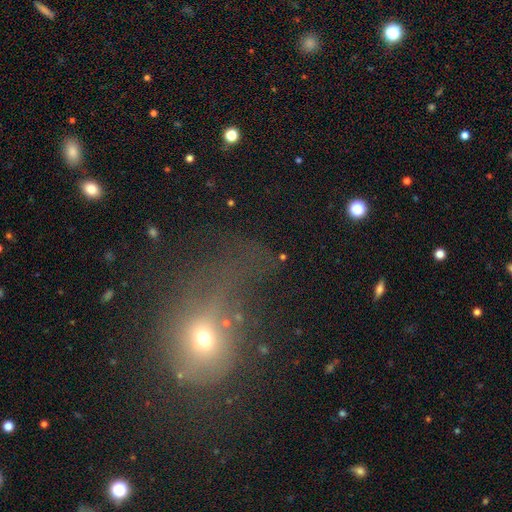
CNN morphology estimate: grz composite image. It shows a smooth galaxy with no disk features (48%). Merging: major disturbance (37%).